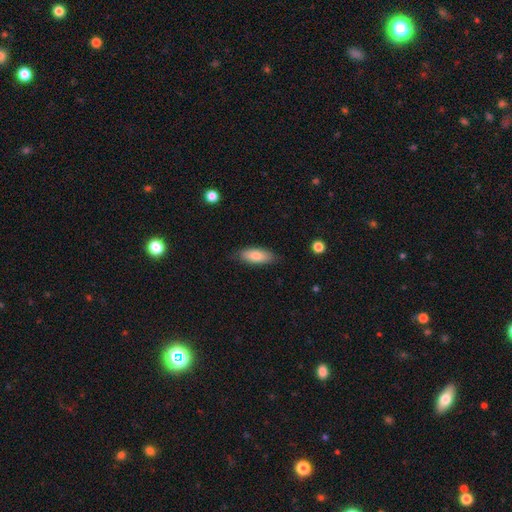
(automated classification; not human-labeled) A smooth galaxy with no disk features (79%) that is in between round and cigar-shaped (77%).

Vote fractions:
- Smooth or featured? smooth: 79% / featured or disk: 15% / star or artifact: 6%
- How rounded? in between: 77% / cigar-shaped: 21% / round: 2%
- Merging? none: 80% / minor disturbance: 16% / major disturbance: 3% / merger: 1%